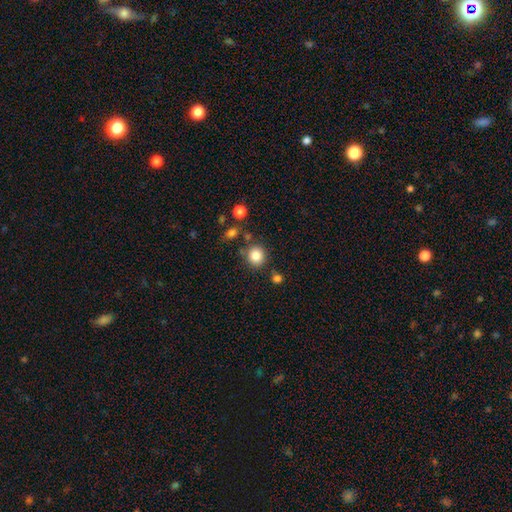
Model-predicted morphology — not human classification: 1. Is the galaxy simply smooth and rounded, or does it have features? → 85% smooth, 10% star or artifact, 5% featured or disk.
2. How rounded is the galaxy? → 85% round, 14% in between, 1% cigar-shaped.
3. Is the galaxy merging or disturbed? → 78% none, 11% minor disturbance, 7% merger, 4% major disturbance.